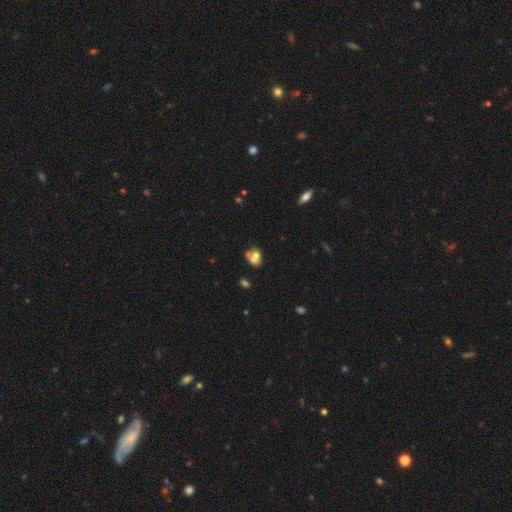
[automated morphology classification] smooth-or-featured: smooth: 58% | featured or disk: 30% | star or artifact: 12%
  how-rounded: round: 52% | in between: 47% | cigar-shaped: 1%
  merging: merger: 55% | none: 28% | minor disturbance: 11% | major disturbance: 7%